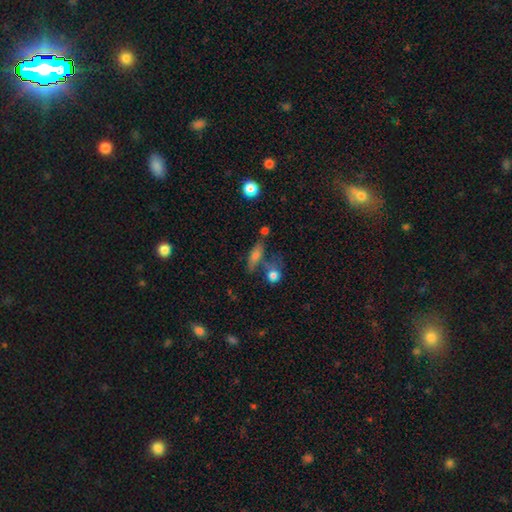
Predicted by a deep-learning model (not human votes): A smooth galaxy with no disk features (61%) that is in between round and cigar-shaped (49%). Merging: none (57%).